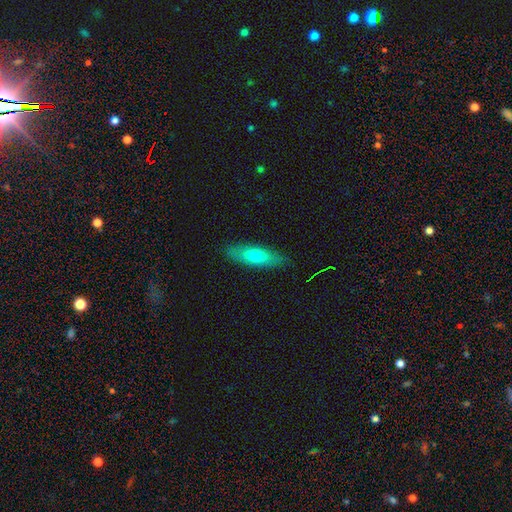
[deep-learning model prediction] A smooth galaxy with no disk features (66%) that is in between round and cigar-shaped (52%).

Vote fractions:
- Smooth or featured? smooth: 66% / featured or disk: 28% / star or artifact: 6%
- How rounded? in between: 52% / cigar-shaped: 46% / round: 2%
- Merging? none: 85% / minor disturbance: 11% / major disturbance: 3% / merger: 1%